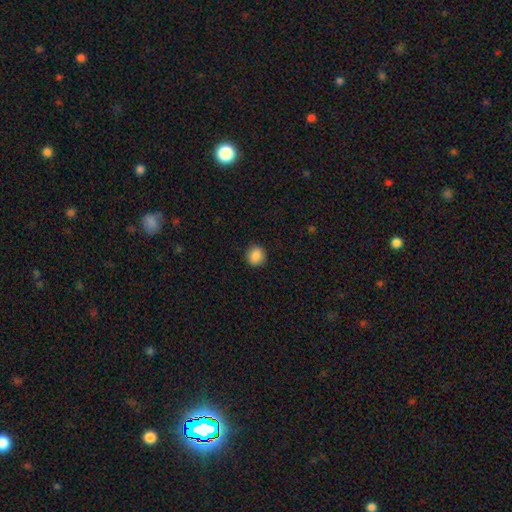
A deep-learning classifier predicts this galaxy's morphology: The model was most divided on "how rounded": round: 86%, in between: 13%, cigar-shaped: 1%. More confident: merging — none (90%); smooth or featured — smooth (88%).